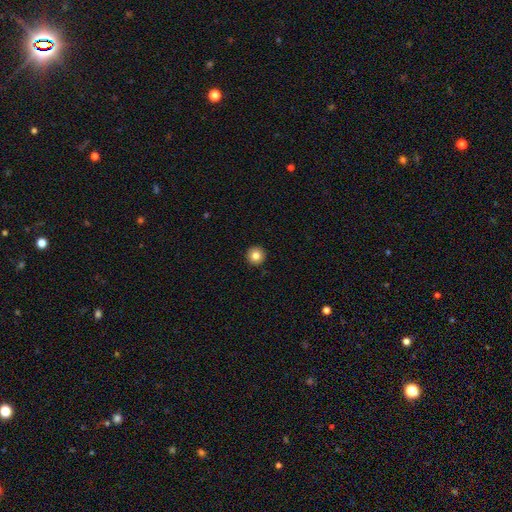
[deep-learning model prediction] Smooth or featured?
  - smooth: 82% *
  - star or artifact: 10%
  - featured or disk: 8%
How rounded?
  - round: 96% *
  - in between: 3%
  - cigar-shaped: 1%
Merging?
  - none: 93% *
  - minor disturbance: 4%
  - major disturbance: 1%
  - merger: 1%